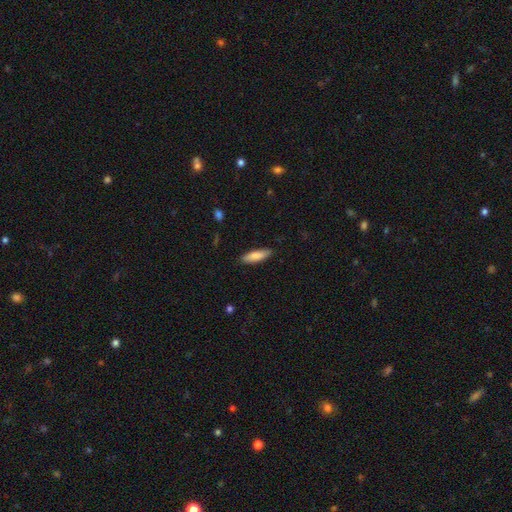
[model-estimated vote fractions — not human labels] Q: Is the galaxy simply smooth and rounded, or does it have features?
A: smooth — 85%.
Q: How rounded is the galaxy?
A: cigar-shaped — 53%.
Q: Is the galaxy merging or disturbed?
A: none — 87%.